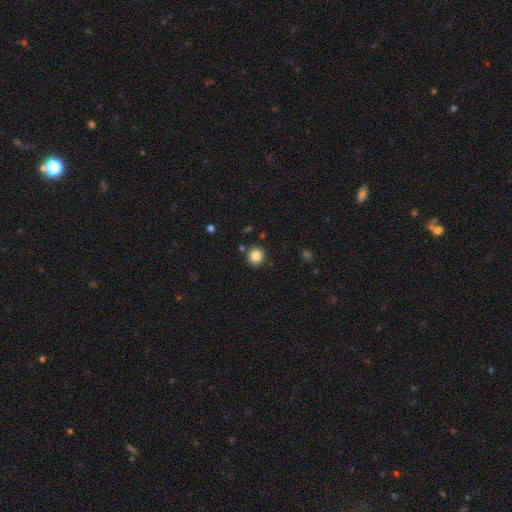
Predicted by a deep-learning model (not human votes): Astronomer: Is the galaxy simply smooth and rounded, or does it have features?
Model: smooth — 85%.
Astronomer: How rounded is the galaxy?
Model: round — 91%.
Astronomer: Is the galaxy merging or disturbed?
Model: none — 87%.